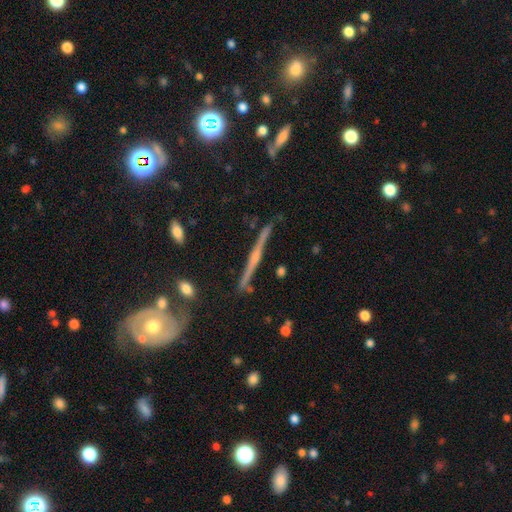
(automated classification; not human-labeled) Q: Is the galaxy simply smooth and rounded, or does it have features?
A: featured or disk — 80%.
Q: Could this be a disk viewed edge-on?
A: yes — 98%.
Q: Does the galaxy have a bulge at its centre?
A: rounded — 71%.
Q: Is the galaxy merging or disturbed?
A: none — 86%.